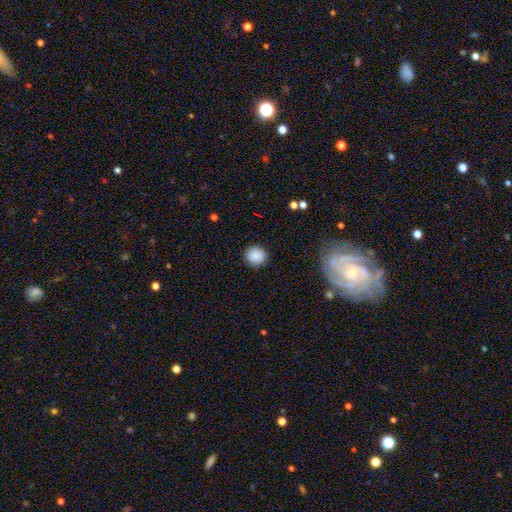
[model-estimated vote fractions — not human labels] A smooth galaxy with no disk features (88%) that is round (90%). Merging: none (88%).